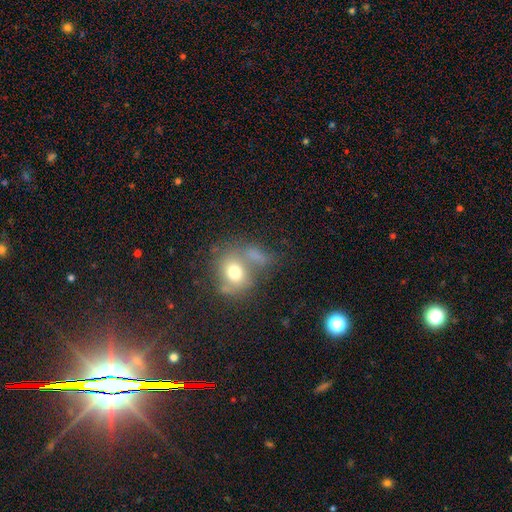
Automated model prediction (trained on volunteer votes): The model was most divided on "how rounded": round: 50%, in between: 47%, cigar-shaped: 3%. Remaining: smooth or featured — smooth (69%); merging — none (43%).